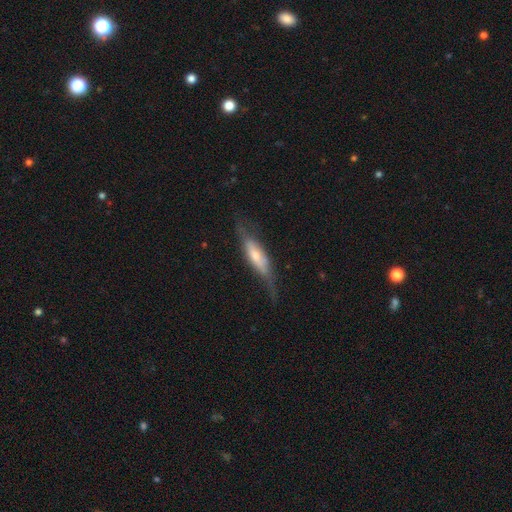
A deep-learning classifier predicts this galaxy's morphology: Q: Smooth or featured?
A: featured or disk (54%); runner-up: smooth (39%)
Q: Edge-on disk?
A: yes (72%); runner-up: no (28%)
Q: Merging?
A: none (61%); runner-up: minor disturbance (24%)